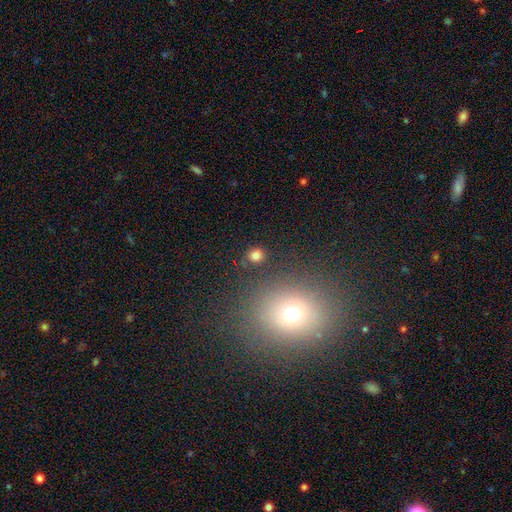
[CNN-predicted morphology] smooth-or-featured: smooth: 78% | star or artifact: 16% | featured or disk: 6%
  how-rounded: round: 82% | in between: 16% | cigar-shaped: 1%
  merging: none: 84% | minor disturbance: 8% | merger: 5% | major disturbance: 3%